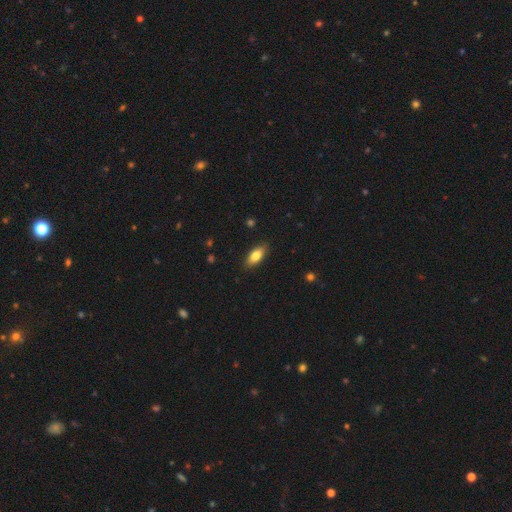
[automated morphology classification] type=smooth (81%); roundness=in between (85%); merging=none (87%).